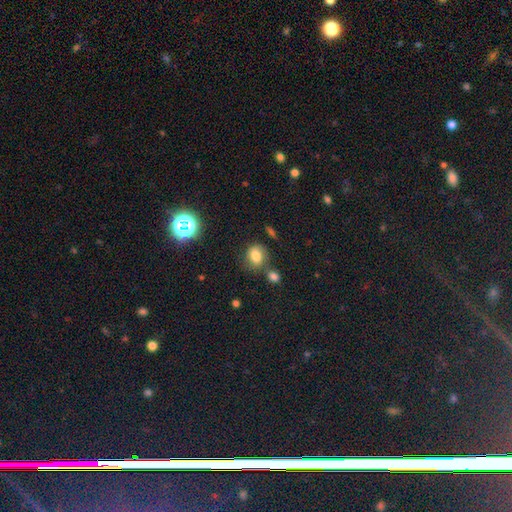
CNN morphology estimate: The model was most divided on "how rounded": round: 59%, in between: 39%, cigar-shaped: 1%. More confident: smooth or featured — smooth (71%); merging — none (61%).